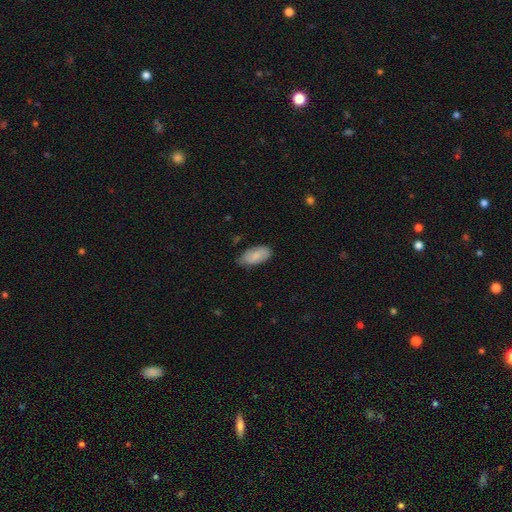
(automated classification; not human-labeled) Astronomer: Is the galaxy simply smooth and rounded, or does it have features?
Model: smooth — 80%.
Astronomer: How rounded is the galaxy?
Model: in between — 94%.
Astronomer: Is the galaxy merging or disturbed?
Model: none — 68%.